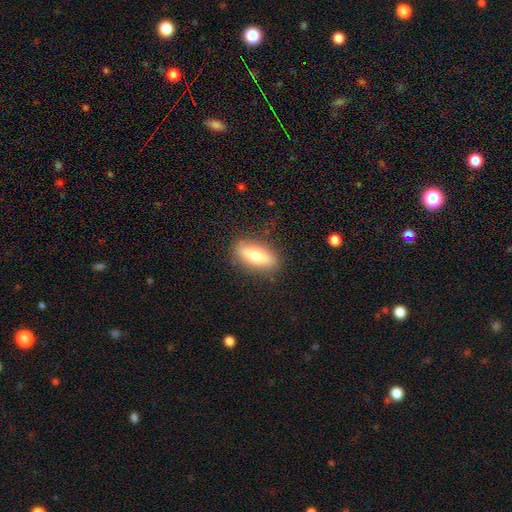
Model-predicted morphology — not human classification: This appears to be a smooth galaxy with no disk features (71%) that is in between round and cigar-shaped (67%). Merging: none (84%).